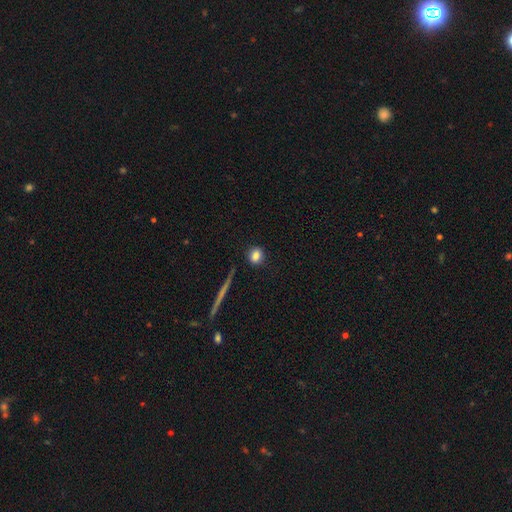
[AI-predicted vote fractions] Smooth or featured? Predicted: smooth (p=0.84). How rounded? Predicted: round (p=0.67). Merging? Predicted: none (p=0.87).